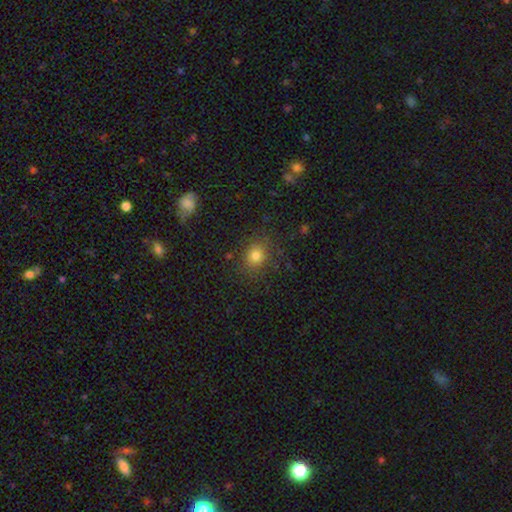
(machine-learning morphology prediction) smooth-or-featured: smooth: 79% | star or artifact: 14% | featured or disk: 7%
  how-rounded: round: 71% | in between: 28% | cigar-shaped: 1%
  merging: none: 85% | minor disturbance: 10% | major disturbance: 4% | merger: 2%